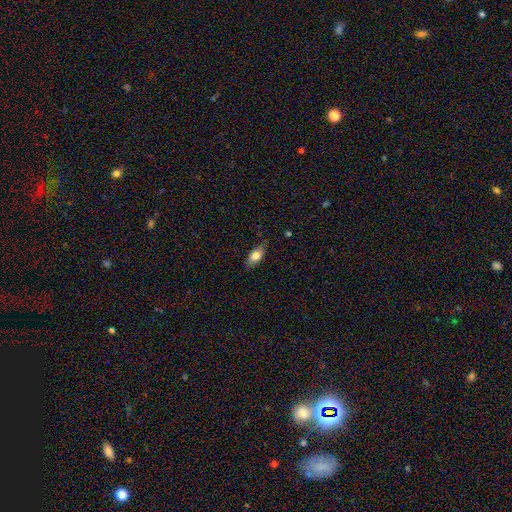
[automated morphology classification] Q: Smooth or featured?
A: smooth (77%); runner-up: featured or disk (16%)
Q: How rounded?
A: in between (84%); runner-up: cigar-shaped (12%)
Q: Merging?
A: none (81%); runner-up: minor disturbance (15%)